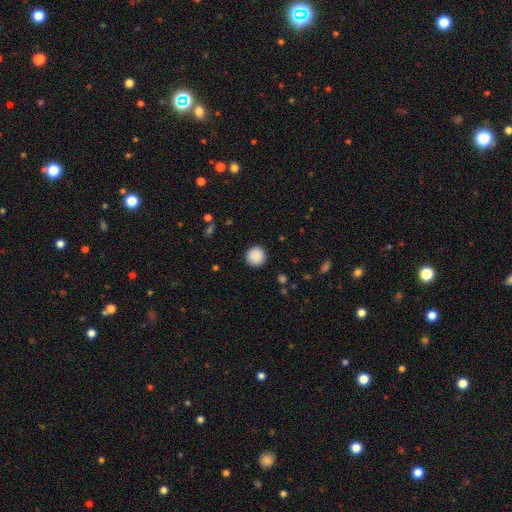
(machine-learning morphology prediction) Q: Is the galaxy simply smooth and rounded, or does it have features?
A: smooth — 89%.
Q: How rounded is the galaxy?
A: round — 96%.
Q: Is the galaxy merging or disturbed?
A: none — 91%.